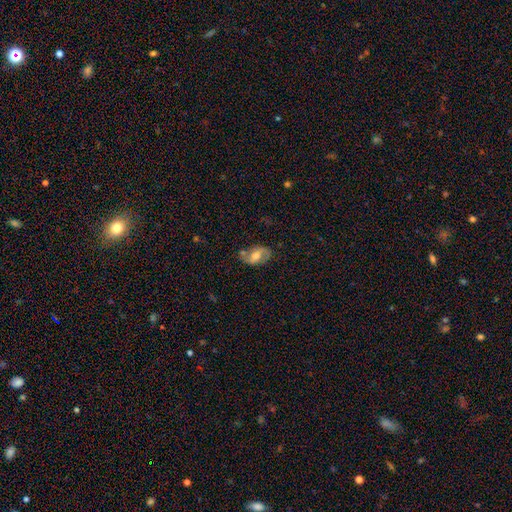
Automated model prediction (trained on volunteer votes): Smooth or featured?
  - featured or disk: 57% *
  - smooth: 36%
  - star or artifact: 7%
Edge-on disk?
  - no: 94% *
  - yes: 6%
Bar?
  - weak: 43% *
  - no: 38%
  - strong: 19%
Spiral arms?
  - yes: 77% *
  - no: 23%
Bulge size?
  - moderate: 68% *
  - small: 18%
  - large: 11%
  - none: 2%
  - dominant: 1%
Merging?
  - none: 65% *
  - minor disturbance: 21%
  - merger: 7%
  - major disturbance: 6%